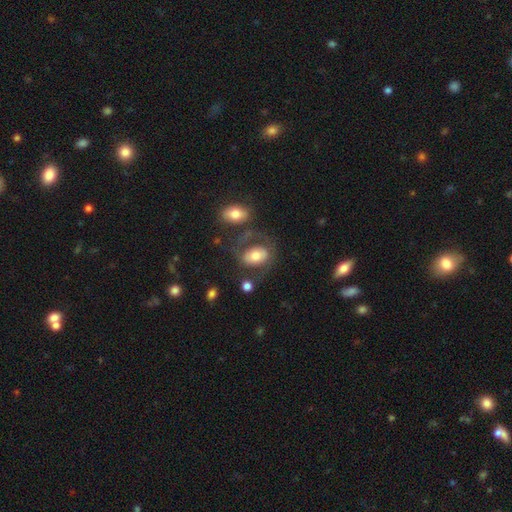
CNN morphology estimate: smooth_or_featured: smooth (p=0.57) [alt: featured or disk p=0.35]
how_rounded: in between (p=0.83) [alt: round p=0.16]
merging: none (p=0.50) [alt: minor disturbance p=0.19]